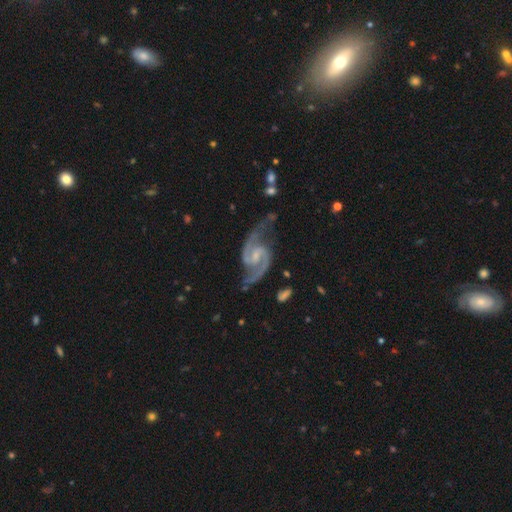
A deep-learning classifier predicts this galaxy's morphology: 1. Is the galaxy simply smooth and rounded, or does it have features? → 93% featured or disk, 4% star or artifact, 3% smooth.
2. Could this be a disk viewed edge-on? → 98% no, 2% yes.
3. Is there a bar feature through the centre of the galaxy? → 56% weak, 27% no, 18% strong.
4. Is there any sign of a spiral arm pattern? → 98% yes, 2% no.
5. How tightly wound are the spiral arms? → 60% medium, 26% loose, 14% tight.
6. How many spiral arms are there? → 94% 2, 2% can't tell, 1% 3, 1% 1, 1% 4, 1% more than 4.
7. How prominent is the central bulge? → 57% small, 25% moderate, 15% none, 2% large, 1% dominant.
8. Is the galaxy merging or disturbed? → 70% none, 19% minor disturbance, 9% major disturbance, 3% merger.